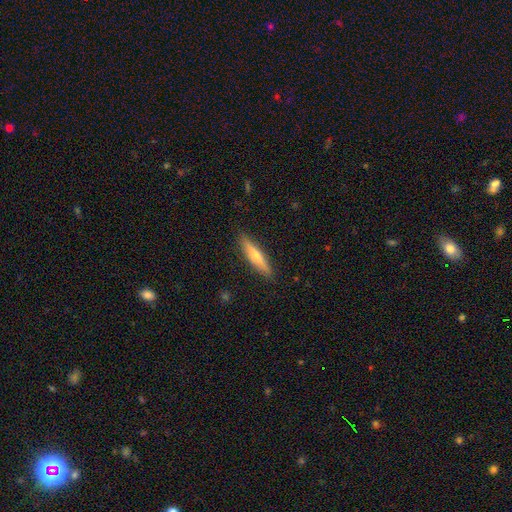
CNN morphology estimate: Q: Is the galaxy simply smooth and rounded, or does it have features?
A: smooth — 49%.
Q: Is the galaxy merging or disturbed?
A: none — 89%.